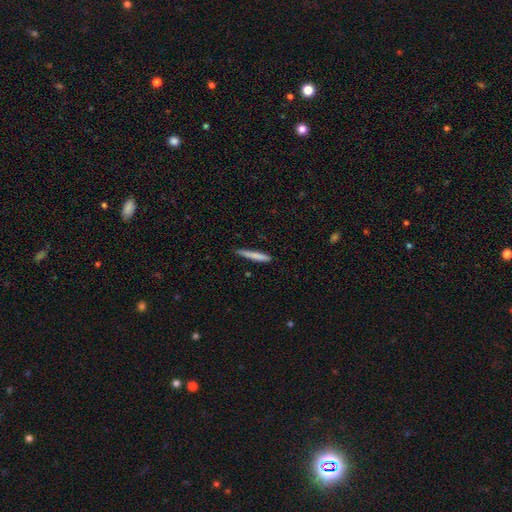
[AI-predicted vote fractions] This appears to be a smooth galaxy with no disk features (77%) that is cigar-shaped (95%). Merging: none (80%).